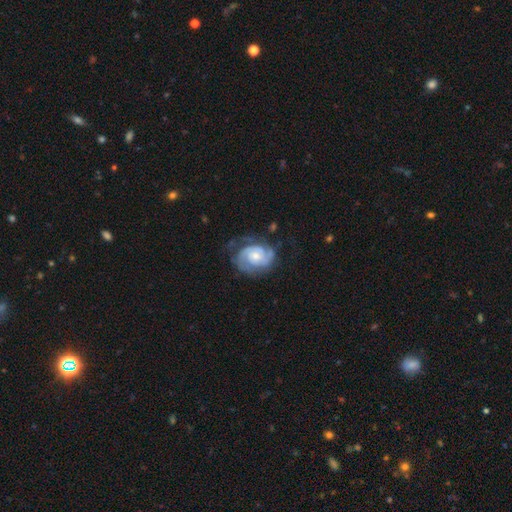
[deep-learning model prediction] Overall: featured or disk (85%). Edge-on disk: no (98%). Bar: no (68%). Spiral arms: yes (96%). Spiral arm count: 2 (61%). Spiral winding: tight (61%; medium 31%). Bulge size: moderate (48%; small 44%). Merging: none (62%).